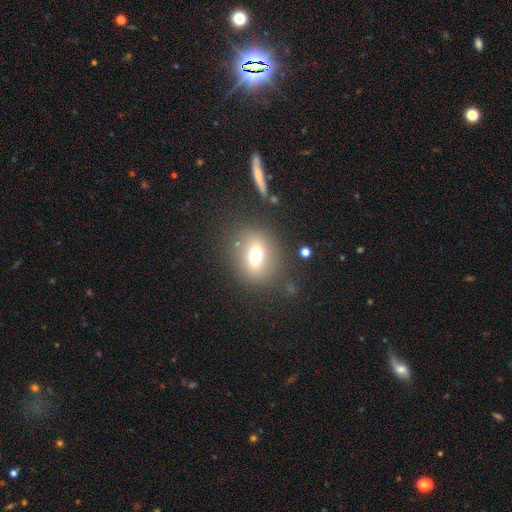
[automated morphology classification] smooth-or-featured: smooth: 65% | featured or disk: 21% | star or artifact: 14%
  how-rounded: round: 55% | in between: 43% | cigar-shaped: 2%
  merging: none: 78% | minor disturbance: 12% | major disturbance: 7% | merger: 3%